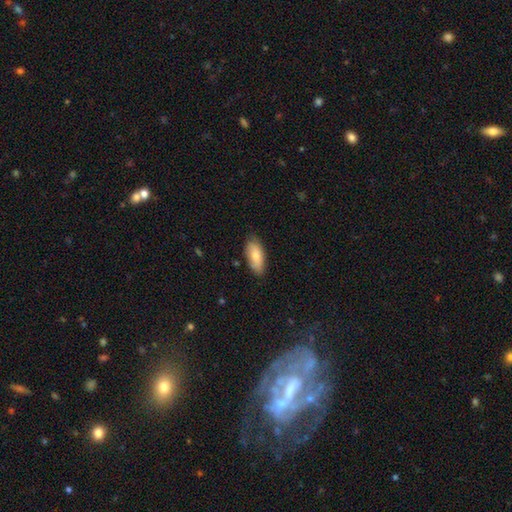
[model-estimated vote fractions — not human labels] Smooth or featured? Predicted: smooth (p=0.78). How rounded? Predicted: in between (p=0.86). Merging? Predicted: none (p=0.79).